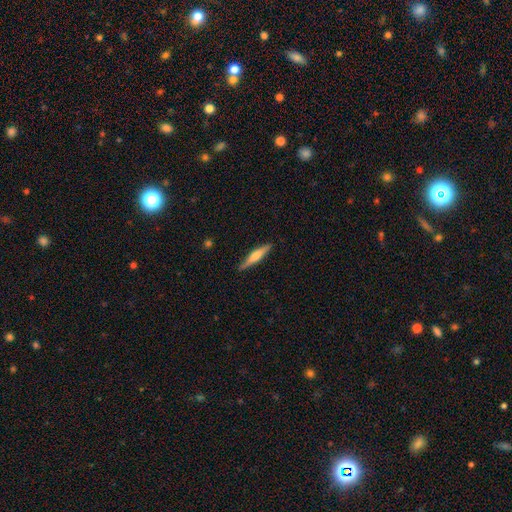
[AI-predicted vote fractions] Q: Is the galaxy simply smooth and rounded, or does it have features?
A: featured or disk — 50%.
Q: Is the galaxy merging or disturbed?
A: none — 87%.